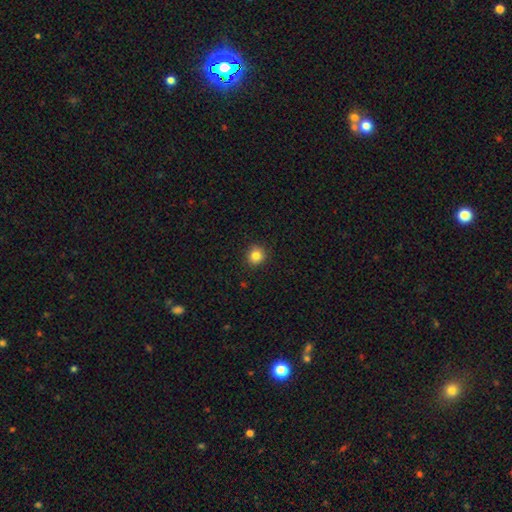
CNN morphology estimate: smooth_or_featured: smooth (p=0.83) [alt: star or artifact p=0.11]
how_rounded: round (p=0.91) [alt: in between p=0.08]
merging: none (p=0.90) [alt: minor disturbance p=0.07]